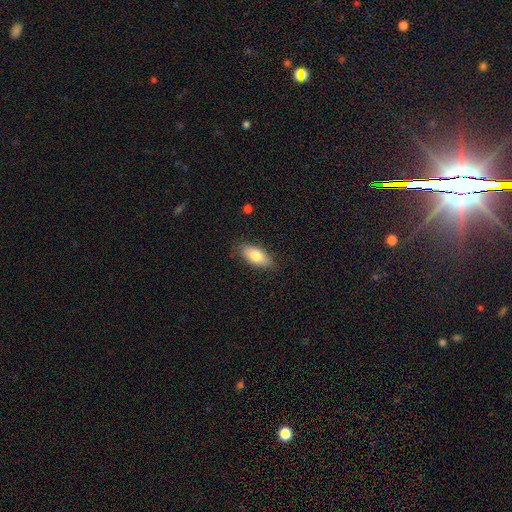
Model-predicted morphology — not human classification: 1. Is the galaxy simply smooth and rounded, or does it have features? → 78% smooth, 15% featured or disk, 7% star or artifact.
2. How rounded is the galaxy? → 85% in between, 12% cigar-shaped, 3% round.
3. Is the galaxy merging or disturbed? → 83% none, 13% minor disturbance, 3% major disturbance, 1% merger.